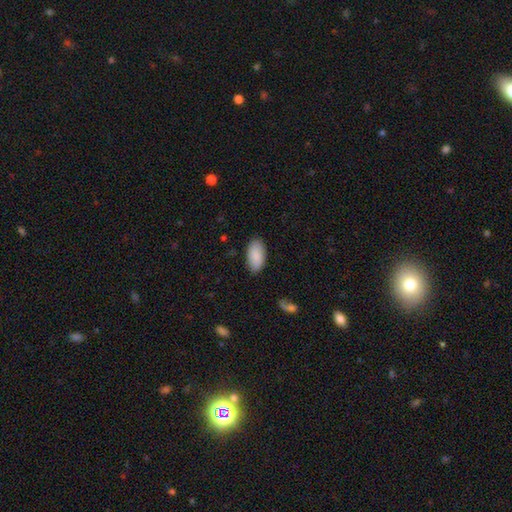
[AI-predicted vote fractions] smooth_or_featured: smooth (p=0.89) [alt: star or artifact p=0.06]
how_rounded: in between (p=0.95) [alt: cigar-shaped p=0.03]
merging: none (p=0.85) [alt: minor disturbance p=0.11]